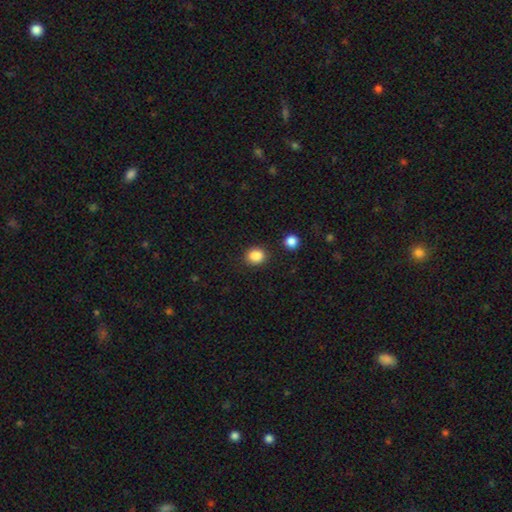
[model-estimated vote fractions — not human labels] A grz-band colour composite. It shows a smooth galaxy with no disk features (87%) that is round (69%). Merging: none (85%).